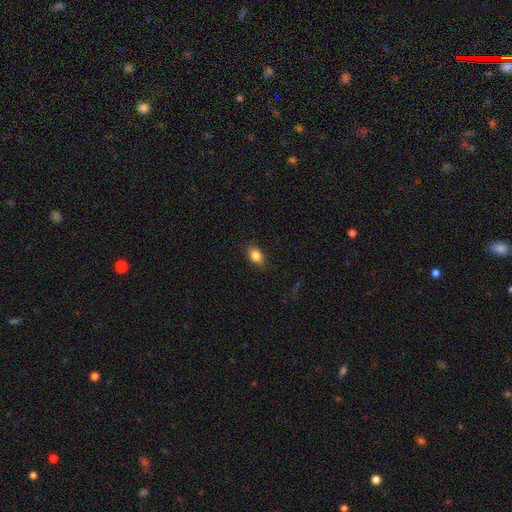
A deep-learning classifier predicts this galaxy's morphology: smooth_or_featured: smooth (p=0.84) [alt: star or artifact p=0.09]
how_rounded: in between (p=0.82) [alt: round p=0.16]
merging: none (p=0.87) [alt: minor disturbance p=0.10]